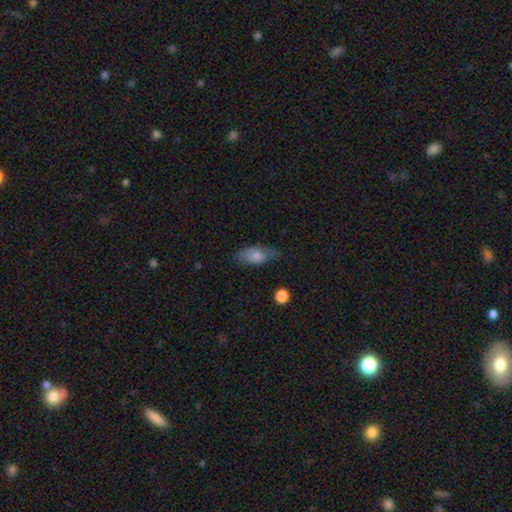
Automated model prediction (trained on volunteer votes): Overall: smooth (74%). How rounded: in between (85%). Merging: none (63%; minor disturbance 27%).